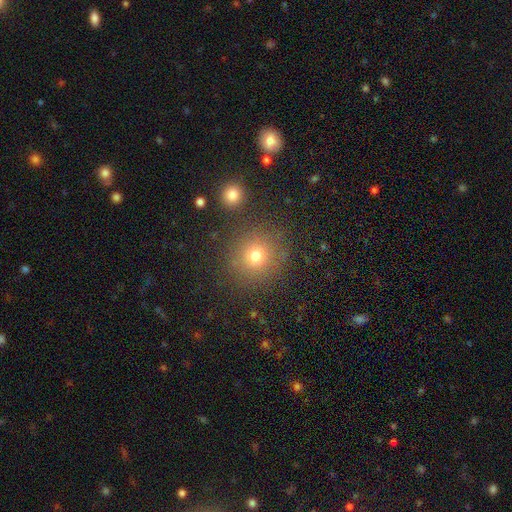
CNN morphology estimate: A smooth galaxy with no disk features (74%) that is round (91%).

Vote fractions:
- Smooth or featured? smooth: 74% / star or artifact: 18% / featured or disk: 8%
- How rounded? round: 91% / in between: 8% / cigar-shaped: 1%
- Merging? none: 84% / minor disturbance: 8% / merger: 4% / major disturbance: 4%